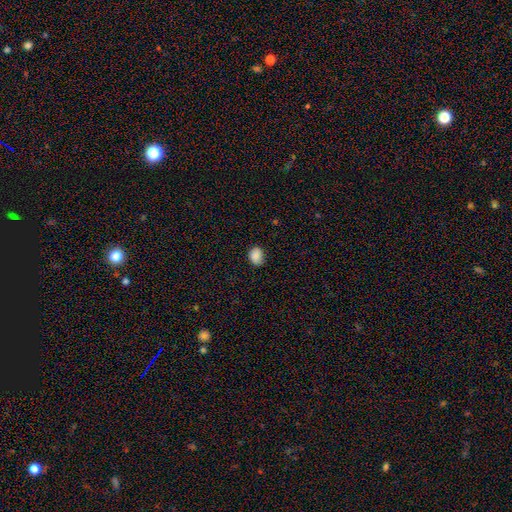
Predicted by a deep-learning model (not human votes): Smooth or featured? smooth (88%)
How rounded? in between (60%)
Merging? none (77%)